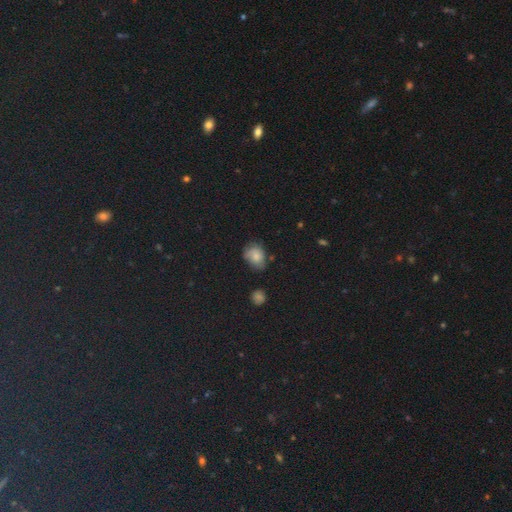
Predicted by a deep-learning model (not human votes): This is likely a smooth galaxy (78%). How rounded: possibly in between (59%). Merging: possibly none (55%).